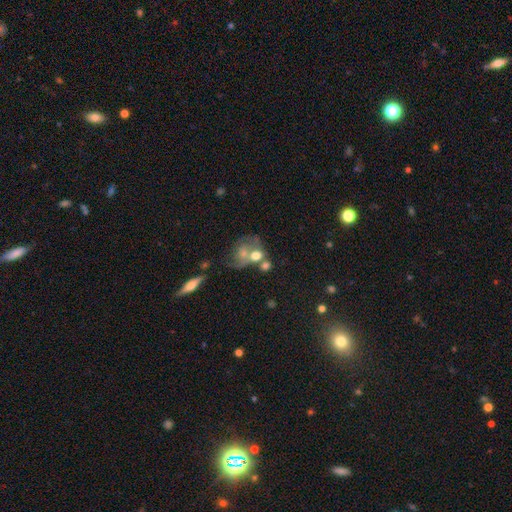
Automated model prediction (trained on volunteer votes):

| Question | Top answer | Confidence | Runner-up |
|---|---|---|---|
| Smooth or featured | smooth | 51% | featured or disk (37%) |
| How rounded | in between | 49% | tied: round (49%) |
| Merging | merger | 47% | none (23%) |